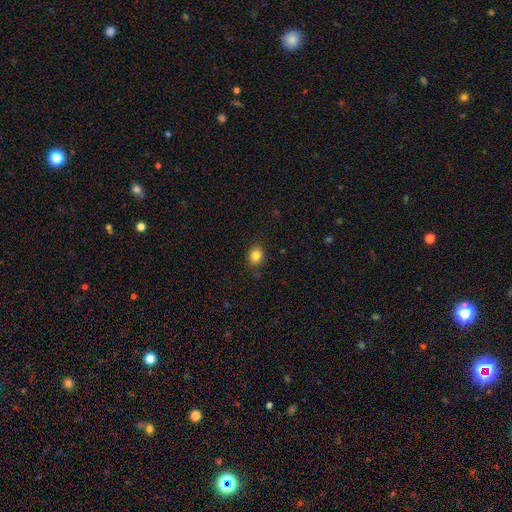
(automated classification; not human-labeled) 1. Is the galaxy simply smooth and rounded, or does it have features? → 84% smooth, 11% star or artifact, 5% featured or disk.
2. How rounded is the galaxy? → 60% round, 39% in between, 1% cigar-shaped.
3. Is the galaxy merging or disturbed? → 83% none, 13% minor disturbance, 3% major disturbance, 1% merger.